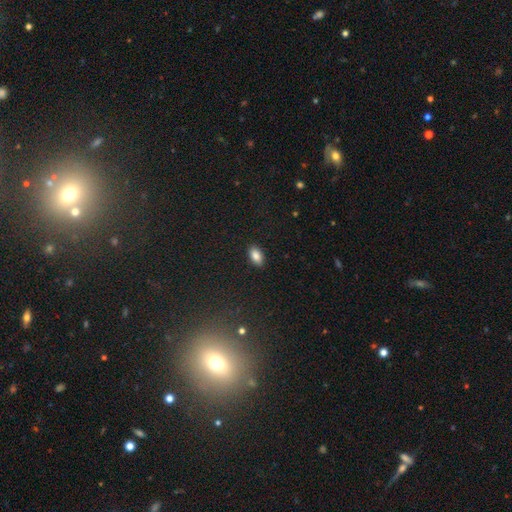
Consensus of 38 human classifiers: Overall: smooth (82%). How rounded: in between (87%). Merging: none (86%).